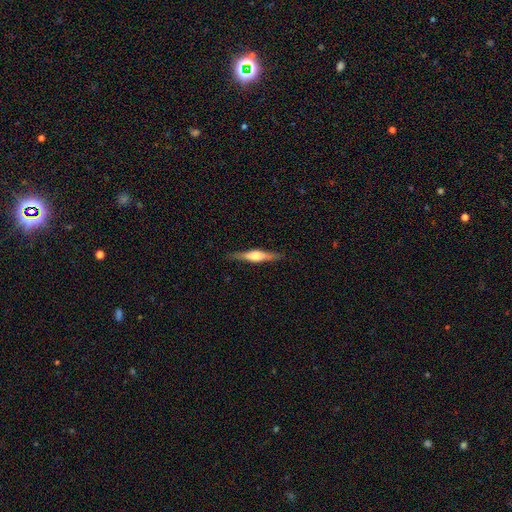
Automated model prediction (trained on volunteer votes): Smooth or featured: featured or disk — 68% (smooth — 27%)
Edge-on disk: yes — 97% (no — 3%)
Edge-on bulge: rounded — 86% (boxy — 10%)
Merging: none — 88% (minor disturbance — 9%)